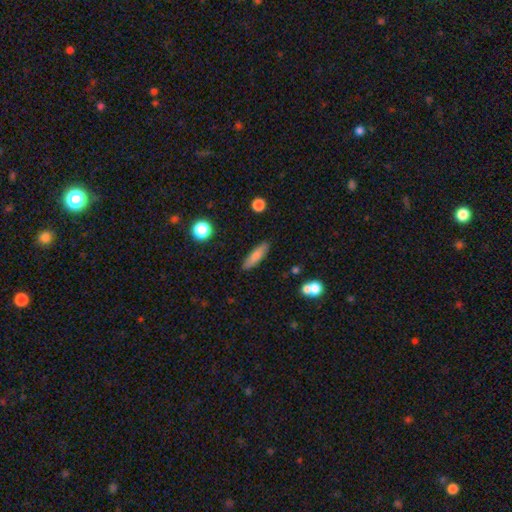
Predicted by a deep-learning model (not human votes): Smooth or featured? smooth (79%)
How rounded? cigar-shaped (68%)
Merging? none (87%)